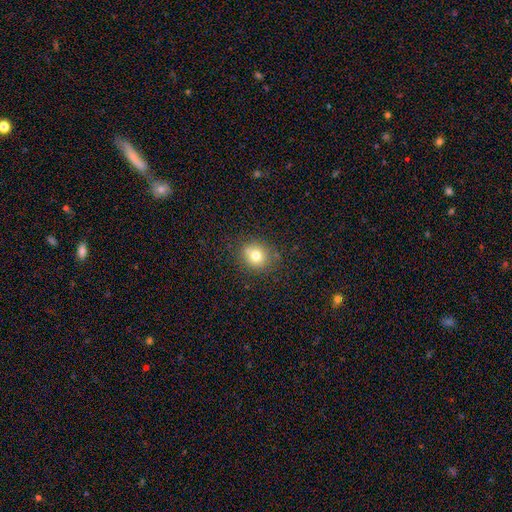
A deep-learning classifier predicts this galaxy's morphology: A smooth galaxy with no disk features (75%) that is round (82%). Merging: none (80%).